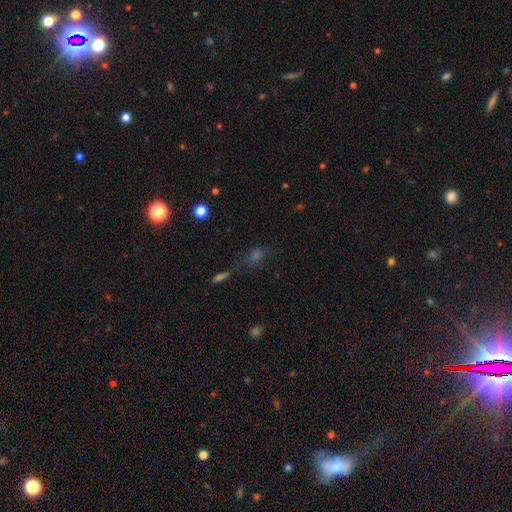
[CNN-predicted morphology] Smooth or featured: star or artifact — 42% (smooth — 40%)